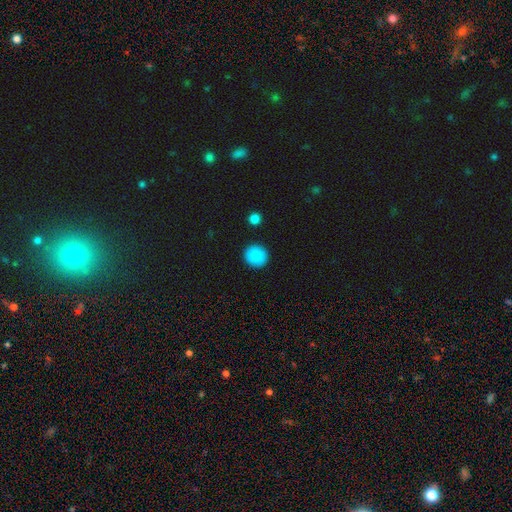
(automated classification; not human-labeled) Smooth or featured? Predicted: smooth (p=0.89). How rounded? Predicted: round (p=0.93). Merging? Predicted: none (p=0.91).